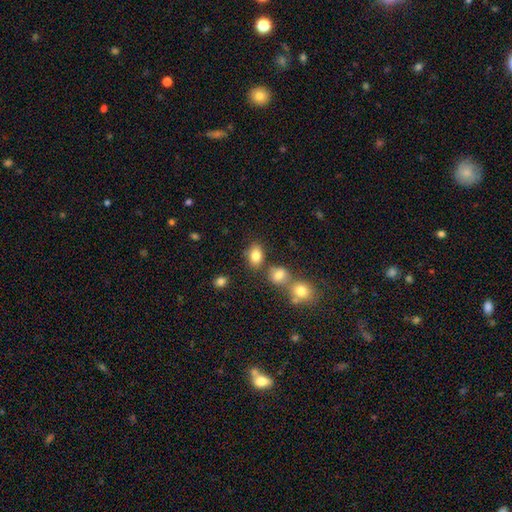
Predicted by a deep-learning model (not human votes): smooth_or_featured: smooth (p=0.83) [alt: star or artifact p=0.11]
how_rounded: in between (p=0.72) [alt: round p=0.27]
merging: none (p=0.69) [alt: merger p=0.15]